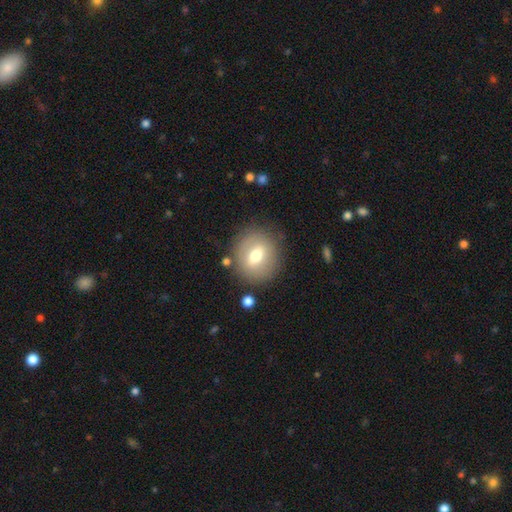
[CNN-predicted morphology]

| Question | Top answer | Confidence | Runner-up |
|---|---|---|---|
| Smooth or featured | smooth | 59% | featured or disk (33%) |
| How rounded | round | 76% | in between (22%) |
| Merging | none | 80% | minor disturbance (12%) |